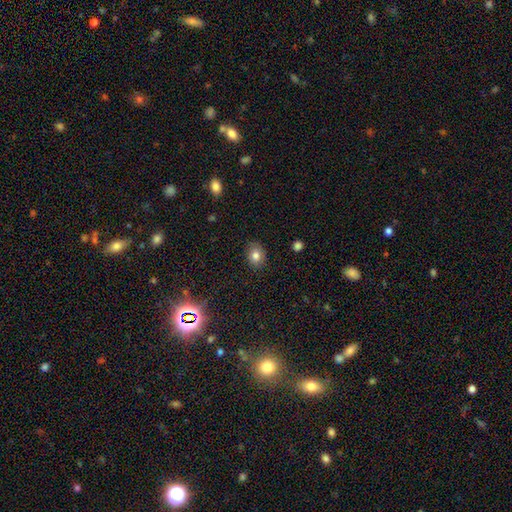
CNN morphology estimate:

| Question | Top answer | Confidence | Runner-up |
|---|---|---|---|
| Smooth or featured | smooth | 80% | star or artifact (11%) |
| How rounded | in between | 53% | round (46%) |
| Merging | none | 85% | minor disturbance (12%) |